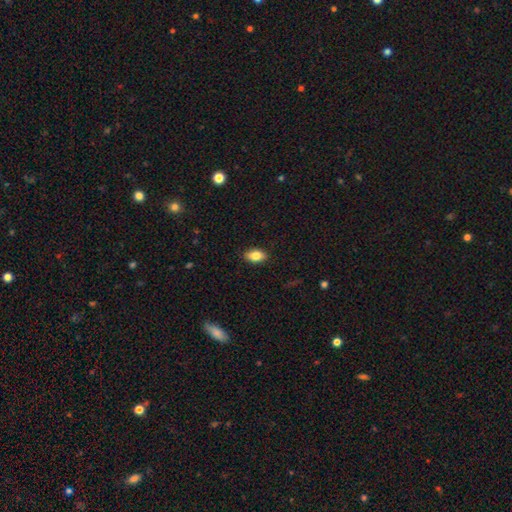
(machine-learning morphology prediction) smooth-or-featured: smooth: 83% | featured or disk: 10% | star or artifact: 8%
  how-rounded: in between: 90% | round: 7% | cigar-shaped: 3%
  merging: none: 88% | minor disturbance: 9% | major disturbance: 2% | merger: 1%